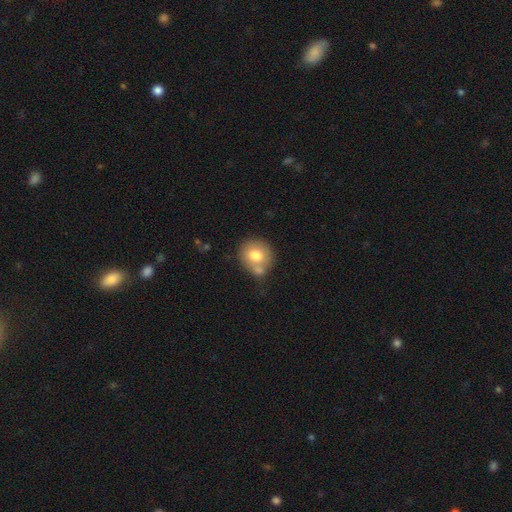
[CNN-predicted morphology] A smooth galaxy with no disk features (75%) that is round (75%). Merging: none (49%).